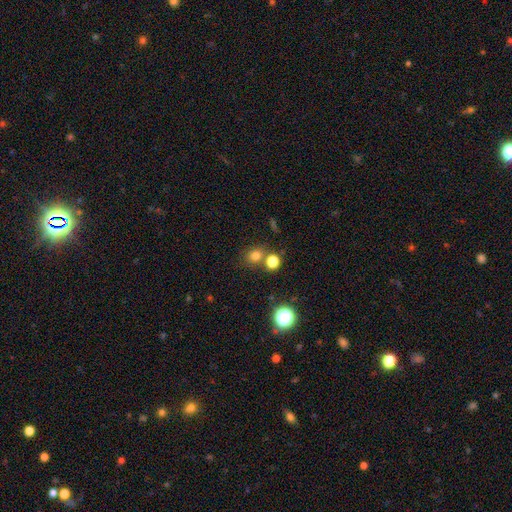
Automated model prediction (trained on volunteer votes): Smooth or featured: smooth — 74% (star or artifact — 19%)
How rounded: round — 76% (in between — 23%)
Merging: none — 69% (merger — 18%)